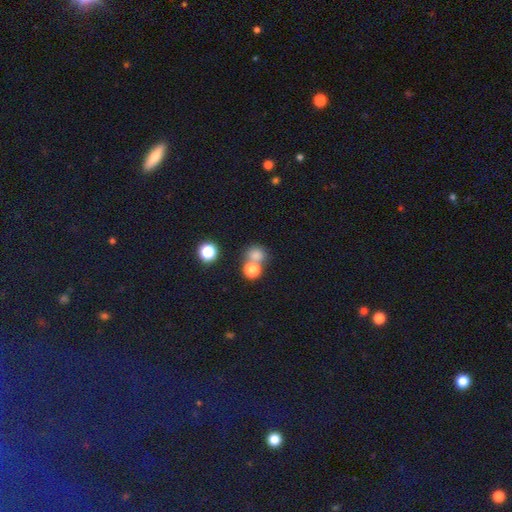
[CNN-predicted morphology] This is likely a smooth galaxy (76%). How rounded: clearly round (82%). Merging: possibly none (52%).